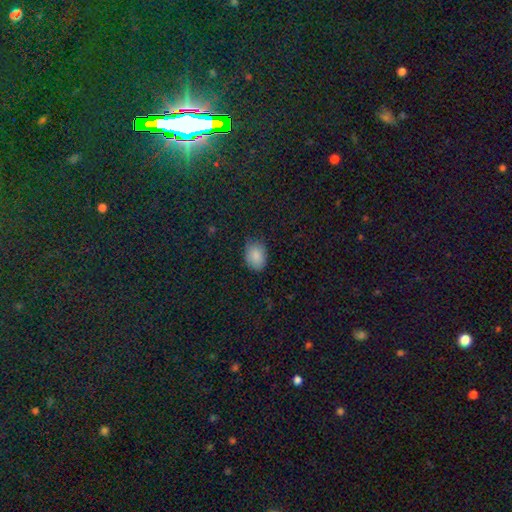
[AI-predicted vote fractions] A smooth galaxy with no disk features (86%) that is in between round and cigar-shaped (77%). Merging: none (78%).